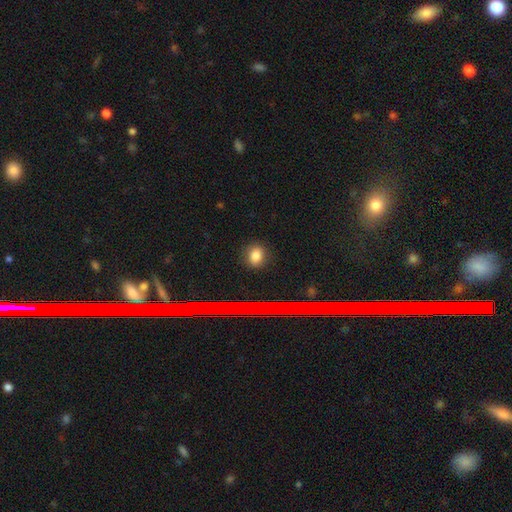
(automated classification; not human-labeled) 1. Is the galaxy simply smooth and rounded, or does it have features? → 82% smooth, 11% star or artifact, 7% featured or disk.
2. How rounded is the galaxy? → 49% in between, 48% round, 2% cigar-shaped.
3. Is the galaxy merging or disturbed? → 87% none, 9% minor disturbance, 2% major disturbance, 1% merger.